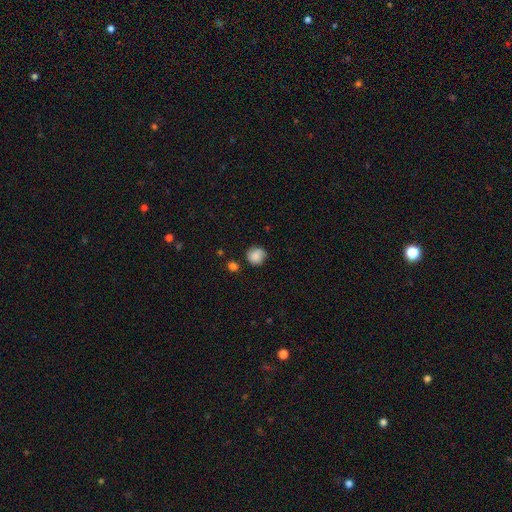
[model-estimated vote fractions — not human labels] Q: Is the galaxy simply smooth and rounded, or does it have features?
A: smooth — 80%.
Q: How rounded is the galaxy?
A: round — 87%.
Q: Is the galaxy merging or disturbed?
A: none — 73%.